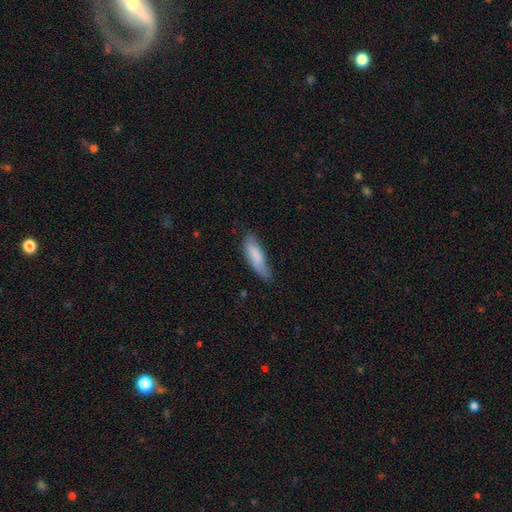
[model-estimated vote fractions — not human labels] smooth 79%, featured or disk 15%, star or artifact 6%. Down the decision tree: how rounded — cigar-shaped (58%); merging — none (60%).